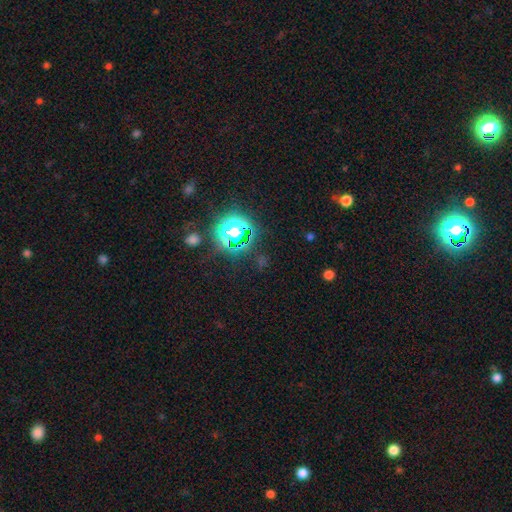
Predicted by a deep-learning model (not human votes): Morphology: type=star or artifact (78%).